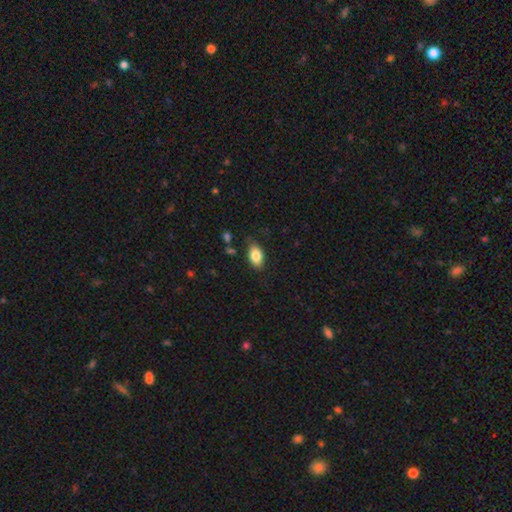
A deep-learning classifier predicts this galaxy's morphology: This is clearly a smooth galaxy (83%). How rounded: clearly in between (91%). Merging: likely none (79%).